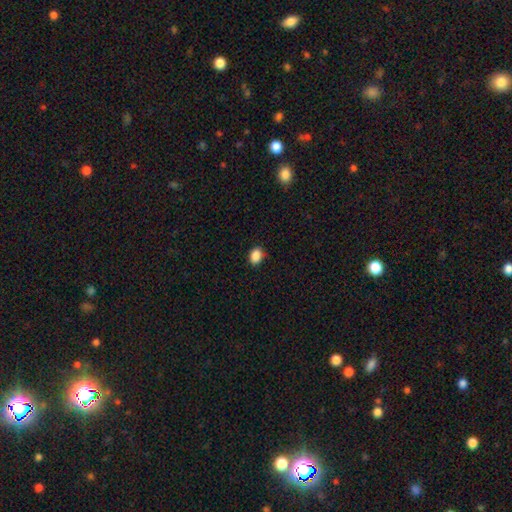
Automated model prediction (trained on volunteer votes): Morphology: type=smooth (89%); roundness=in between (70%); merging=none (87%).